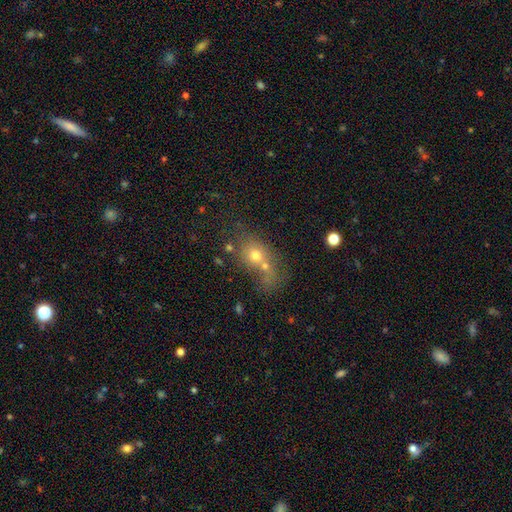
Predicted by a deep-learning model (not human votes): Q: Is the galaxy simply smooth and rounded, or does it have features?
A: smooth — 62%.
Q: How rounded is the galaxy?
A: round — 57%.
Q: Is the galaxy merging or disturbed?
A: merger — 50%.